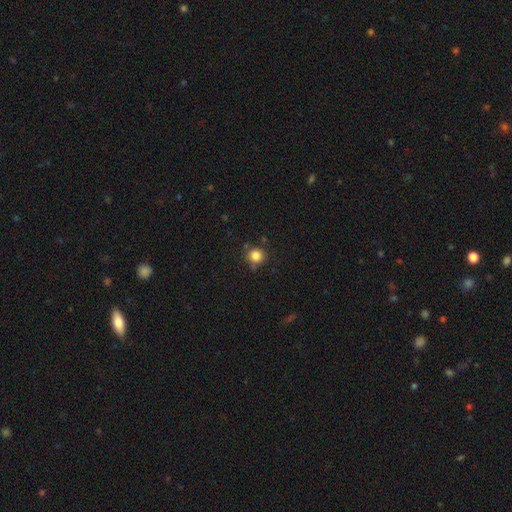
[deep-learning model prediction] Q: Smooth or featured?
A: smooth (83%); runner-up: star or artifact (12%)
Q: How rounded?
A: round (92%); runner-up: in between (7%)
Q: Merging?
A: none (79%); runner-up: minor disturbance (13%)